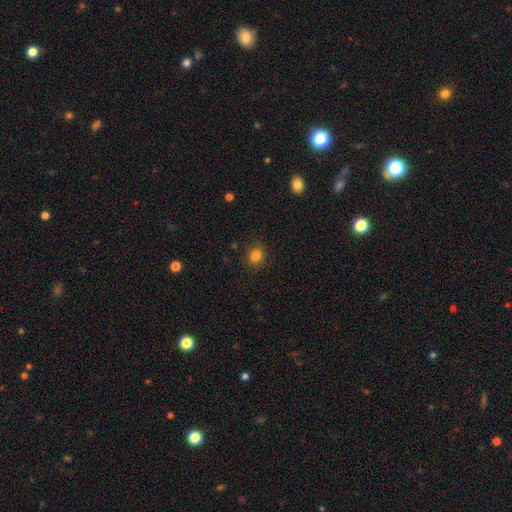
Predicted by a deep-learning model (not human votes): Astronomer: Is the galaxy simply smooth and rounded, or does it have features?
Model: smooth — 82%.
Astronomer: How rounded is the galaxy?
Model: round — 76%.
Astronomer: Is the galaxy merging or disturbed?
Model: none — 88%.